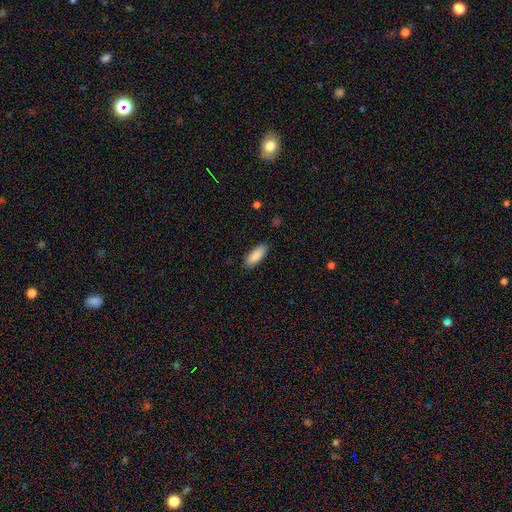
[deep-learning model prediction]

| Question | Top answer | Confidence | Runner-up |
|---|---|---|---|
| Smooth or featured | smooth | 88% | featured or disk (6%) |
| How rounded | in between | 77% | cigar-shaped (21%) |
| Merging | none | 87% | minor disturbance (10%) |